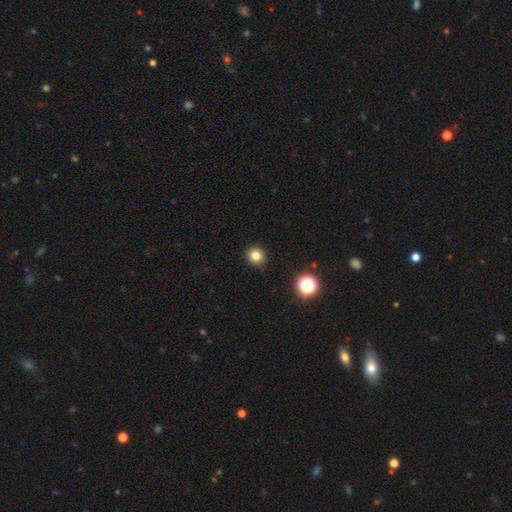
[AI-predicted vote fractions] smooth-or-featured: smooth: 81% | star or artifact: 13% | featured or disk: 5%
  how-rounded: round: 92% | in between: 7% | cigar-shaped: 1%
  merging: none: 93% | minor disturbance: 5% | major disturbance: 2% | merger: 1%